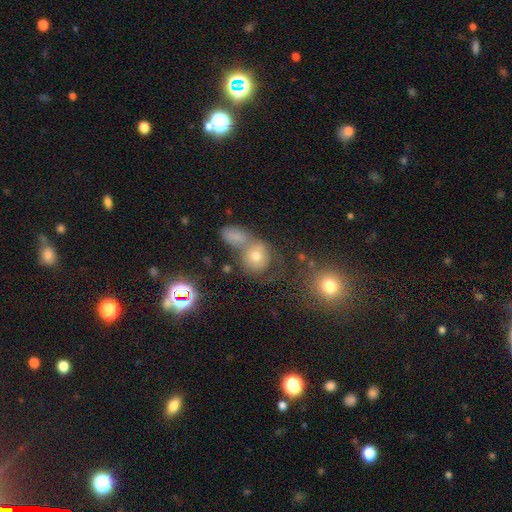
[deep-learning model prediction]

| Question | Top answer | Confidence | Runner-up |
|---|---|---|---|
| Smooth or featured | smooth | 56% | star or artifact (23%) |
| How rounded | round | 72% | in between (27%) |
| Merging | none | 43% | merger (38%) |